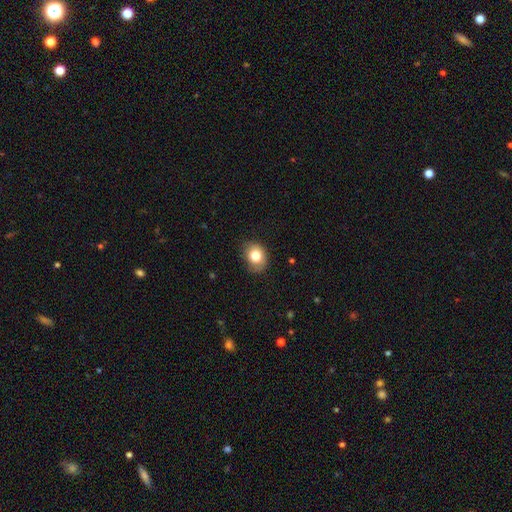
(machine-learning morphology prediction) A smooth galaxy with no disk features (79%) that is round (55%). Merging: none (69%).